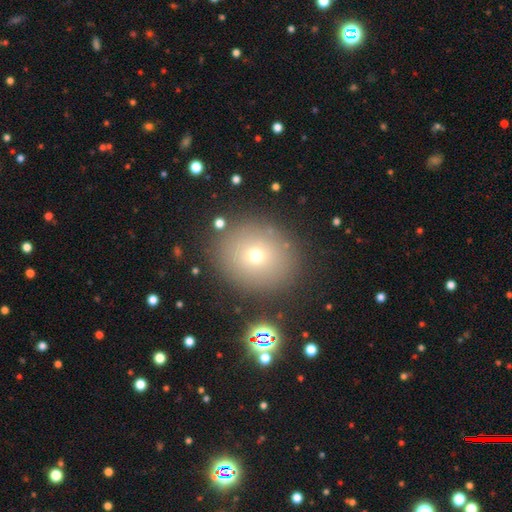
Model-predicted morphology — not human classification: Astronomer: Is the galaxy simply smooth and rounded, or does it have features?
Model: smooth — 65%.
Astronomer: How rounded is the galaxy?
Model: round — 76%.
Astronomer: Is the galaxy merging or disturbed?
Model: none — 85%.